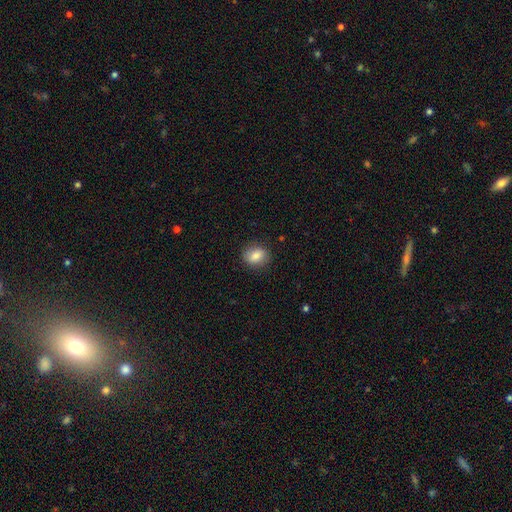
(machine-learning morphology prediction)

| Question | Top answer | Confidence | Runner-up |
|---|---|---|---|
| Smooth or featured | smooth | 82% | featured or disk (9%) |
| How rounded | round | 55% | in between (44%) |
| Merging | none | 86% | minor disturbance (11%) |